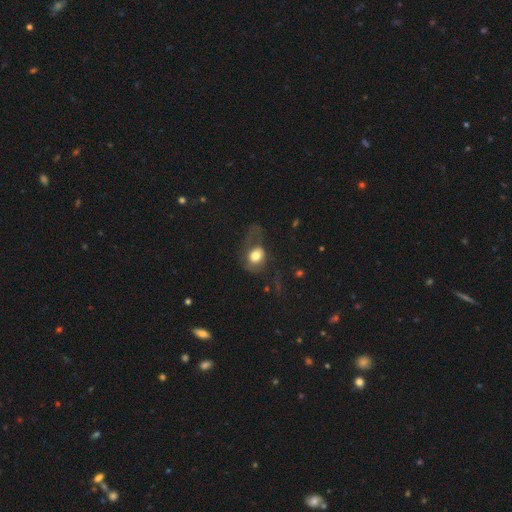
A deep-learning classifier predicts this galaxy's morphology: Smooth or featured? smooth (67%)
How rounded? in between (49%, tied with round)
Merging? major disturbance (48%)